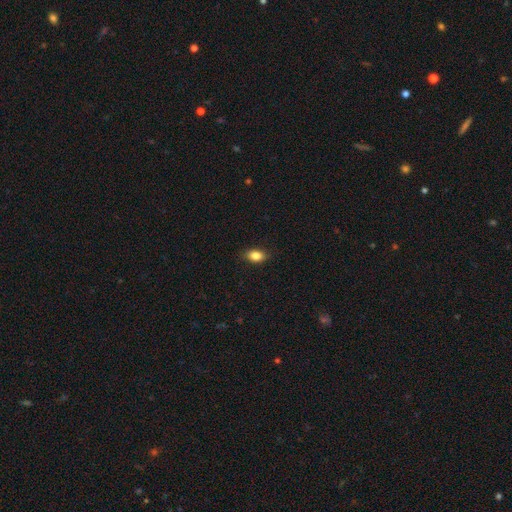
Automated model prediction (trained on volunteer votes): Q: Smooth or featured?
A: smooth (85%); runner-up: star or artifact (9%)
Q: How rounded?
A: in between (82%); runner-up: round (15%)
Q: Merging?
A: none (86%); runner-up: minor disturbance (10%)